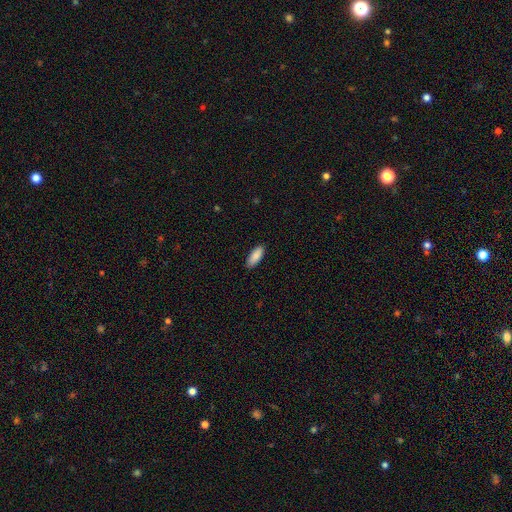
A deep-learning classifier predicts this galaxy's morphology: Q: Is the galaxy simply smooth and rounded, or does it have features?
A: smooth — 89%.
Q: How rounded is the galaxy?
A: in between — 74%.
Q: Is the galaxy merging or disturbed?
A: none — 89%.